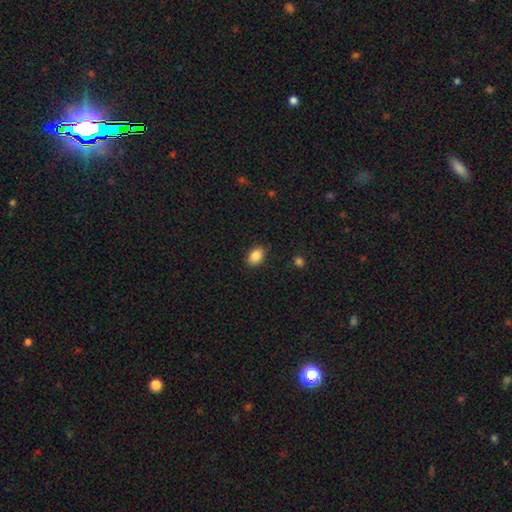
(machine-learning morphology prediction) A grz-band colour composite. It shows a smooth galaxy with no disk features (87%) that is in between round and cigar-shaped (83%). Merging: none (87%).